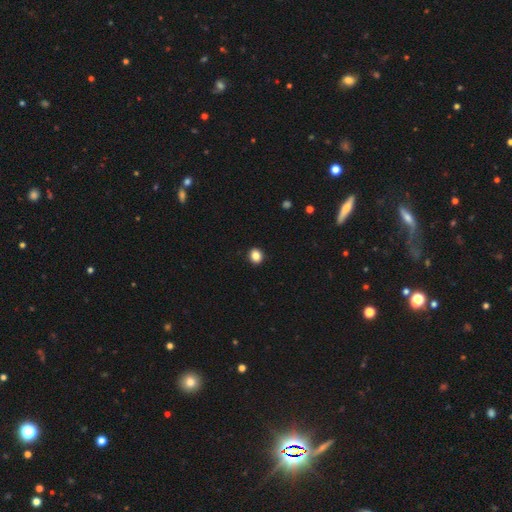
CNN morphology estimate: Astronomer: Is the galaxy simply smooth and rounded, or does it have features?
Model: smooth — 86%.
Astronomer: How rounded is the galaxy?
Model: round — 74%.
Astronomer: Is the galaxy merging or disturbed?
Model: none — 92%.